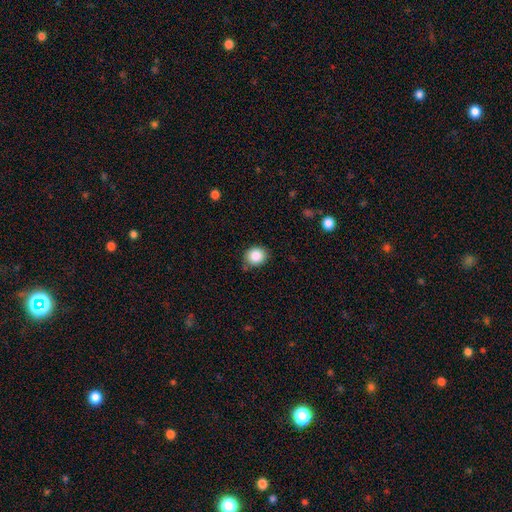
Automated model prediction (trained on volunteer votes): Q: Smooth or featured?
A: smooth (86%); runner-up: star or artifact (9%)
Q: How rounded?
A: round (75%); runner-up: in between (24%)
Q: Merging?
A: none (79%); runner-up: minor disturbance (15%)